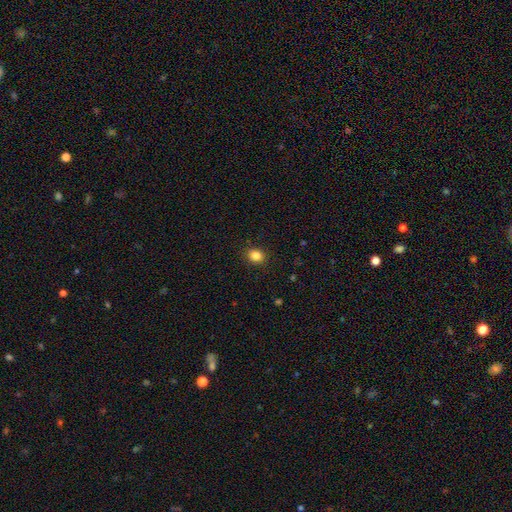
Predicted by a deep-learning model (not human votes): A smooth galaxy with no disk features (84%) that is round (58%).

Vote fractions:
- Smooth or featured? smooth: 84% / star or artifact: 11% / featured or disk: 5%
- How rounded? round: 58% / in between: 42% / cigar-shaped: 1%
- Merging? none: 89% / minor disturbance: 8% / major disturbance: 2% / merger: 1%